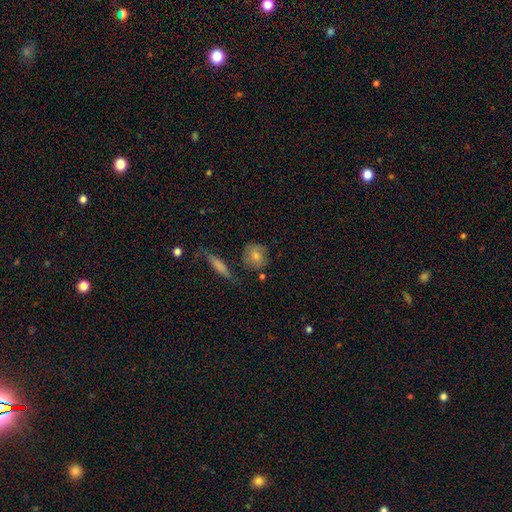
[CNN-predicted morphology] This appears to be a smooth galaxy with no disk features (70%) that is round (78%). Merging: none (64%).